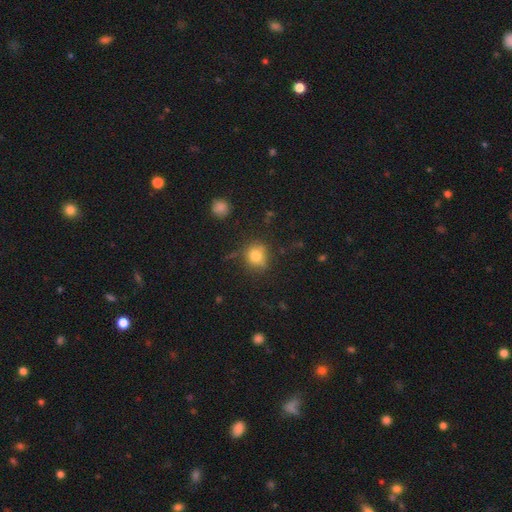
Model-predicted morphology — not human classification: Smooth or featured: smooth — 78% (star or artifact — 13%)
How rounded: round — 80% (in between — 19%)
Merging: none — 72% (minor disturbance — 18%)